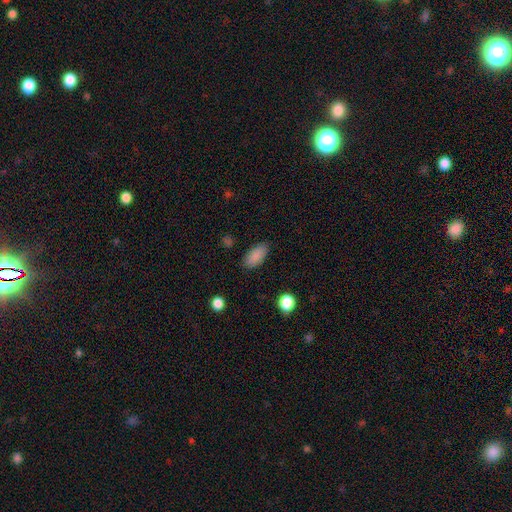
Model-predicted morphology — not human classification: A smooth galaxy with no disk features (88%) that is in between round and cigar-shaped (90%). Merging: none (85%).